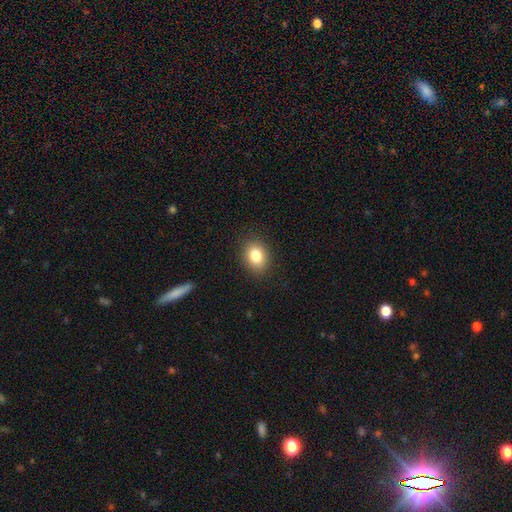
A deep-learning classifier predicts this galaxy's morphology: A smooth galaxy with no disk features (83%) that is in between round and cigar-shaped (61%). Merging: none (88%).